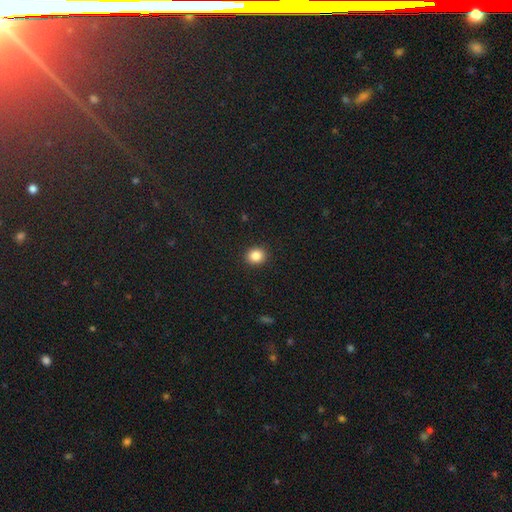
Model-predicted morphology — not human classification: type=smooth (85%); roundness=round (80%); merging=none (92%).